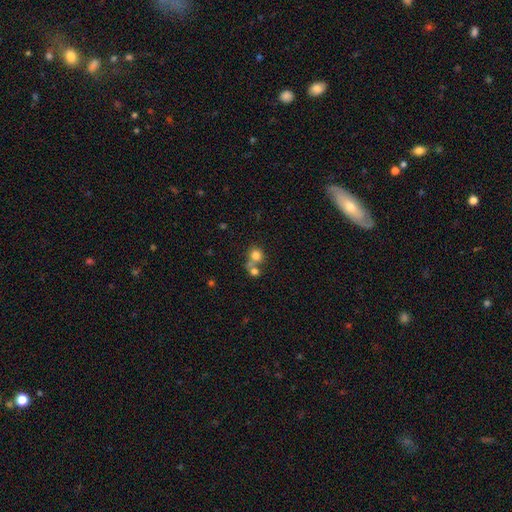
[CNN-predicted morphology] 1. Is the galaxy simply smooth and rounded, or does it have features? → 77% smooth, 12% star or artifact, 10% featured or disk.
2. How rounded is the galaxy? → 83% round, 16% in between, 1% cigar-shaped.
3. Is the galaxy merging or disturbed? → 46% none, 43% merger, 7% minor disturbance, 4% major disturbance.